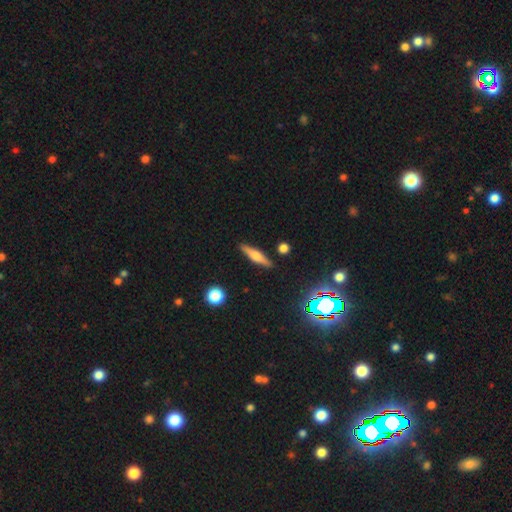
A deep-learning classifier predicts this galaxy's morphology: Smooth or featured? featured or disk (49%)
Merging? none (88%)